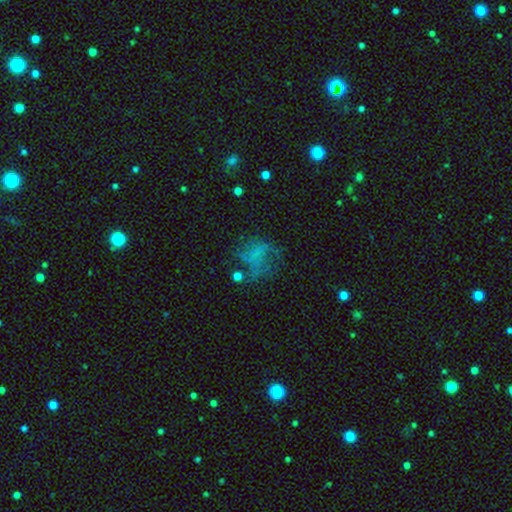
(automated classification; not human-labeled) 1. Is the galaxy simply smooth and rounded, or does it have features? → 42% smooth, 35% featured or disk, 23% star or artifact.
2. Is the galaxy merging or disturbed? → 40% none, 35% major disturbance, 20% minor disturbance, 5% merger.